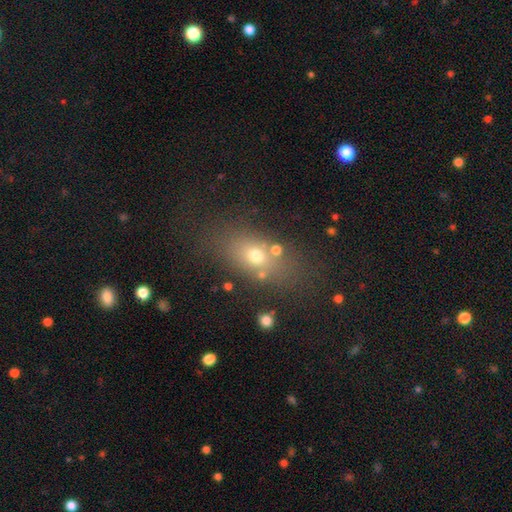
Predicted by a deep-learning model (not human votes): This is likely a smooth galaxy (63%). How rounded: likely in between (69%). Merging: likely none (72%).